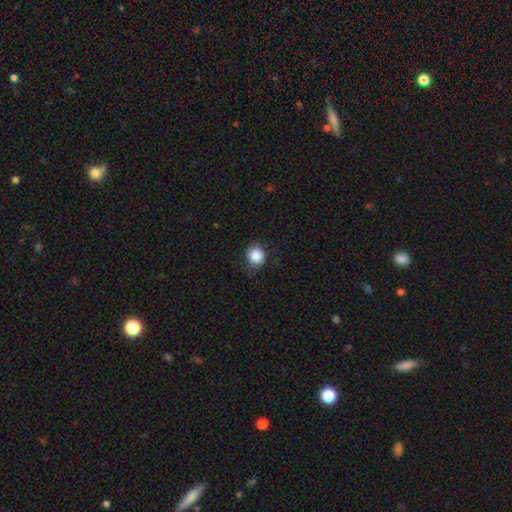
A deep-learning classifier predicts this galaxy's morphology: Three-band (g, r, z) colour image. It shows a smooth galaxy with no disk features (87%) that is round (83%). Merging: none (79%).